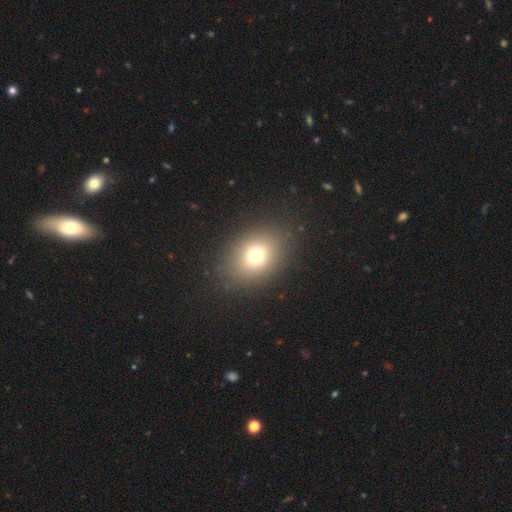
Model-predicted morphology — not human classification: smooth 72%, star or artifact 16%, featured or disk 12%. Down the decision tree: how rounded — in between (54%); merging — none (86%).